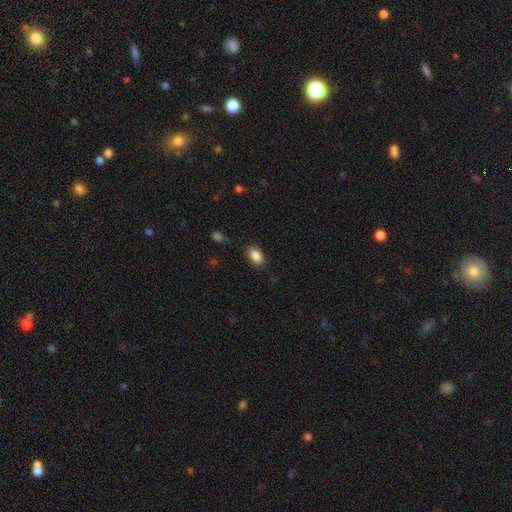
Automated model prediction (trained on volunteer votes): Smooth or featured?
  - smooth: 87% *
  - star or artifact: 8%
  - featured or disk: 5%
How rounded?
  - in between: 88% *
  - round: 9%
  - cigar-shaped: 2%
Merging?
  - none: 80% *
  - minor disturbance: 15%
  - major disturbance: 4%
  - merger: 1%